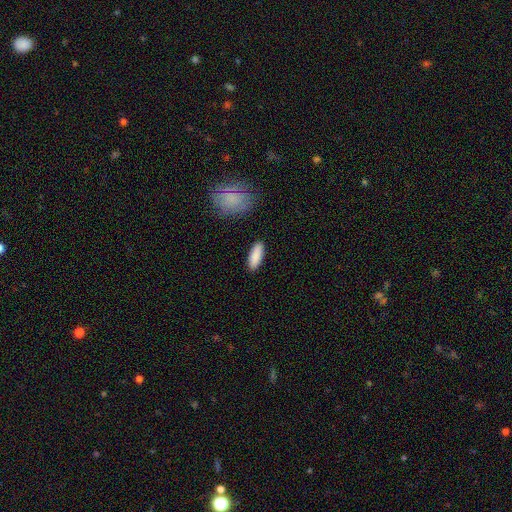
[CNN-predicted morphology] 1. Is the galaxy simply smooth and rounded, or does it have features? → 89% smooth, 6% star or artifact, 5% featured or disk.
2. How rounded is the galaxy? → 62% in between, 36% cigar-shaped, 2% round.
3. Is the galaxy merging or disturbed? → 88% none, 8% minor disturbance, 2% major disturbance, 2% merger.